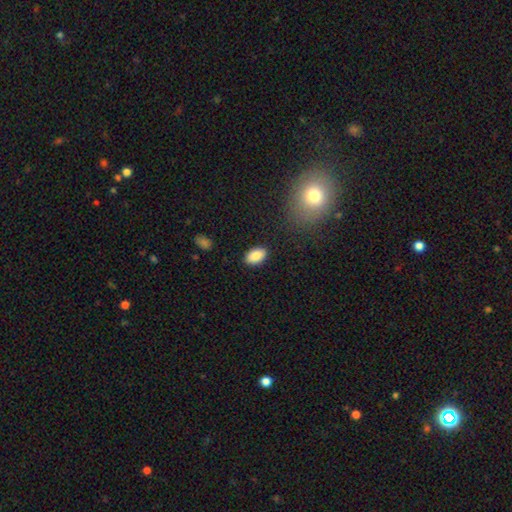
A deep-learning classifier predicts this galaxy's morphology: Overall: smooth (86%). How rounded: in between (92%). Merging: none (87%).